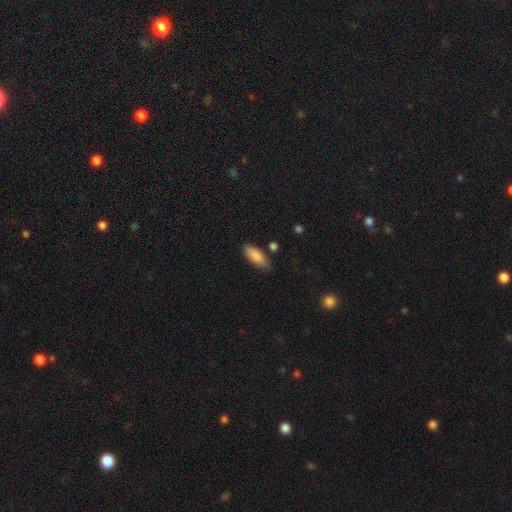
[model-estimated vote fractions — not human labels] A smooth galaxy with no disk features (86%) that is in between round and cigar-shaped (83%).

Vote fractions:
- Smooth or featured? smooth: 86% / featured or disk: 8% / star or artifact: 6%
- How rounded? in between: 83% / cigar-shaped: 16% / round: 2%
- Merging? none: 79% / minor disturbance: 14% / merger: 4% / major disturbance: 3%